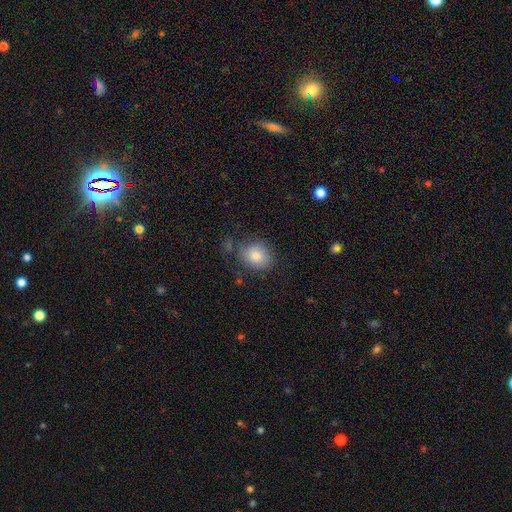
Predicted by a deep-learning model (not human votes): Overall: smooth (80%). How rounded: round (59%; in between 40%). Merging: none (73%).